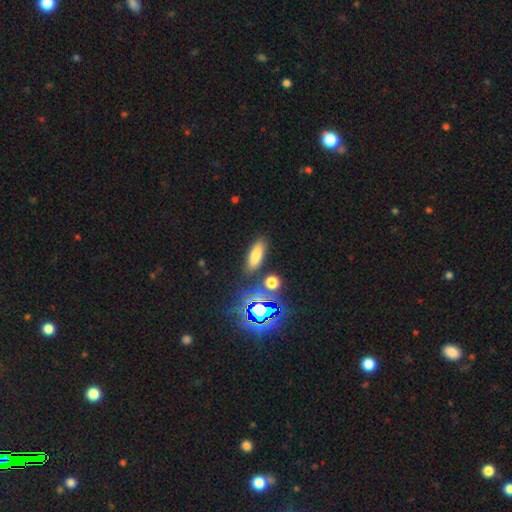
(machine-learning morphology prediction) A smooth galaxy with no disk features (68%) that is in between round and cigar-shaped (63%).

Vote fractions:
- Smooth or featured? smooth: 68% / star or artifact: 22% / featured or disk: 10%
- How rounded? in between: 63% / cigar-shaped: 29% / round: 7%
- Merging? none: 84% / minor disturbance: 8% / merger: 4% / major disturbance: 3%